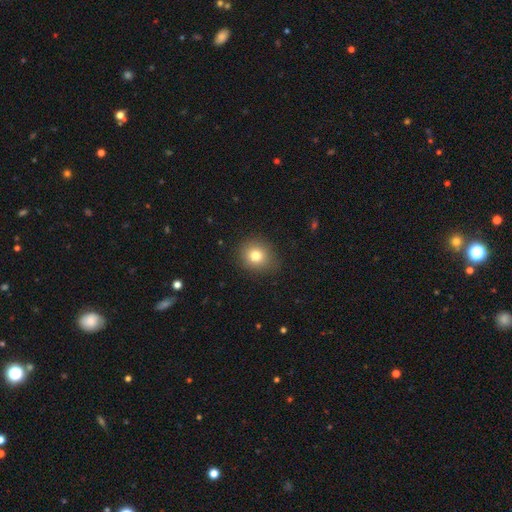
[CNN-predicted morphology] Q: Smooth or featured?
A: smooth (79%); runner-up: star or artifact (12%)
Q: How rounded?
A: round (79%); runner-up: in between (20%)
Q: Merging?
A: none (84%); runner-up: minor disturbance (12%)